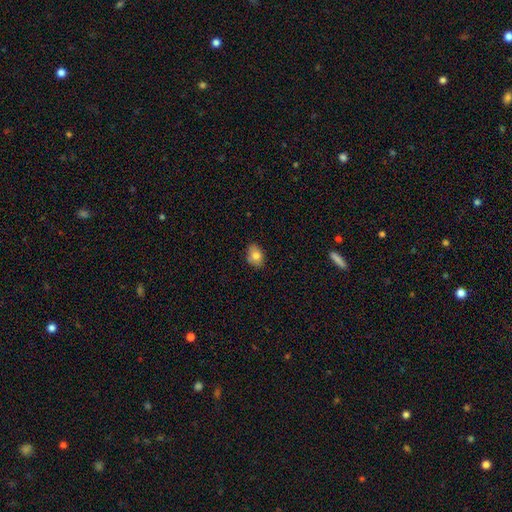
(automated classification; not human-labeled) Q: Smooth or featured?
A: smooth (79%); runner-up: featured or disk (13%)
Q: How rounded?
A: in between (73%); runner-up: round (26%)
Q: Merging?
A: none (81%); runner-up: minor disturbance (16%)